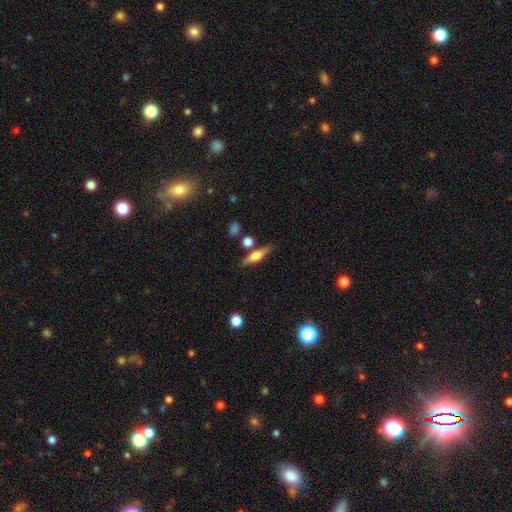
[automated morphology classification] Smooth or featured: featured or disk — 52% (smooth — 40%)
Edge-on disk: yes — 94% (no — 6%)
Merging: none — 78% (minor disturbance — 11%)